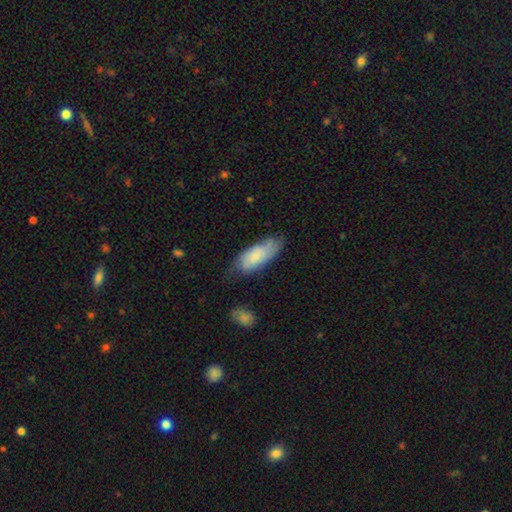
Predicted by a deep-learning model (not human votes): This appears to be a smooth galaxy with no disk features (67%) that is in between round and cigar-shaped (77%). Merging: none (57%).